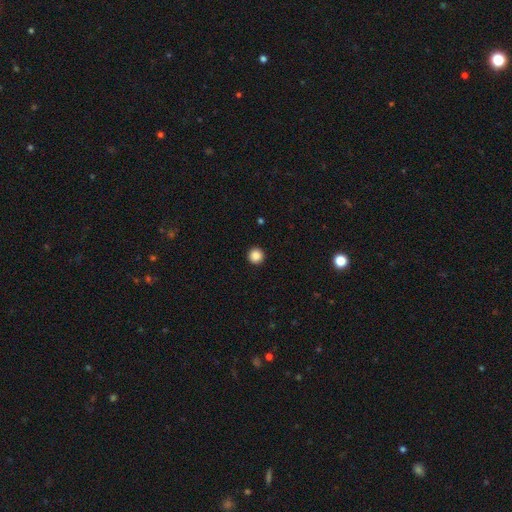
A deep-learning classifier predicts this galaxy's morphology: Smooth or featured: smooth — 87% (star or artifact — 10%)
How rounded: round — 96% (in between — 3%)
Merging: none — 94% (minor disturbance — 4%)